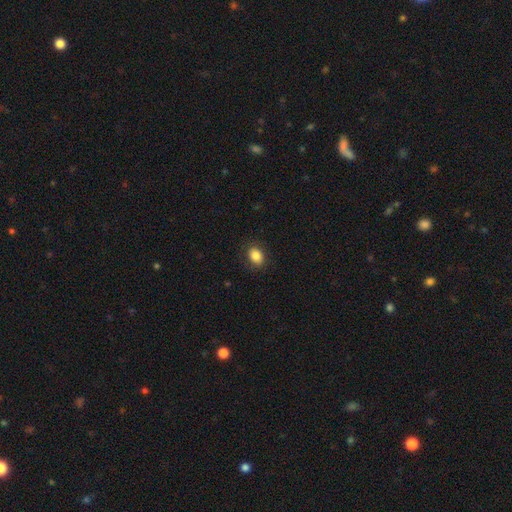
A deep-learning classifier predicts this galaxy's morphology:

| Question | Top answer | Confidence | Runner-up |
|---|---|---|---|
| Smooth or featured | smooth | 85% | star or artifact (9%) |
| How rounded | in between | 66% | round (33%) |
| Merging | none | 85% | minor disturbance (11%) |